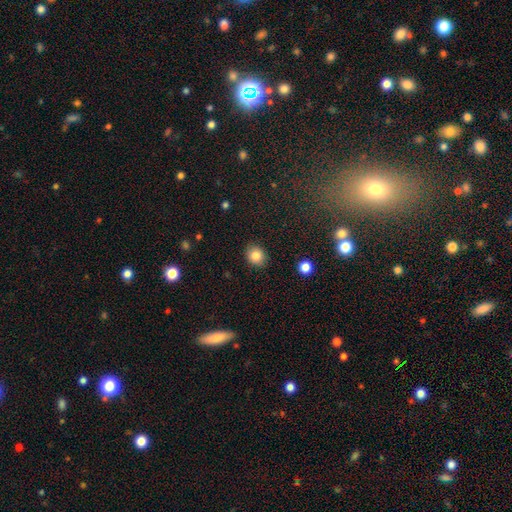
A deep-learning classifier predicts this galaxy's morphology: smooth_or_featured: smooth (p=0.83) [alt: star or artifact p=0.10]
how_rounded: round (p=0.68) [alt: in between p=0.31]
merging: none (p=0.89) [alt: minor disturbance p=0.08]